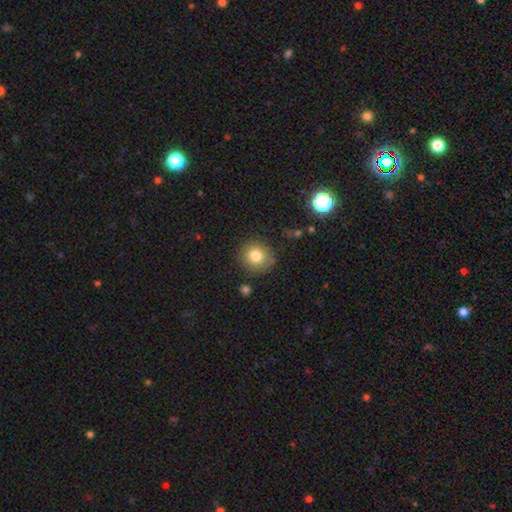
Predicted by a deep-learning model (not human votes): Smooth or featured: smooth — 80% (star or artifact — 11%)
How rounded: round — 90% (in between — 9%)
Merging: none — 84% (minor disturbance — 11%)